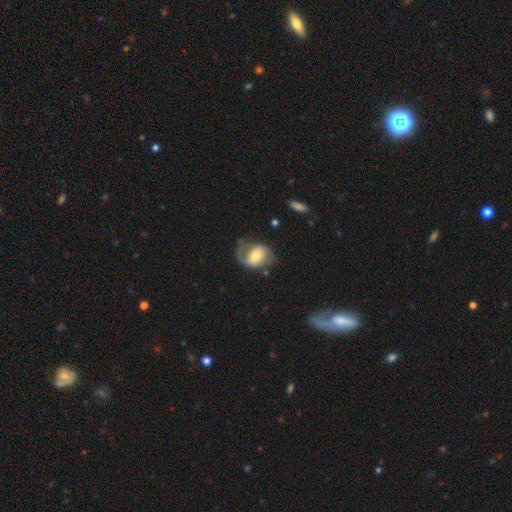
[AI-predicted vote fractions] This appears to be a featured or disk galaxy (53%) with a weak bar (38%, tied with no), spiral arms (74%) and a moderate central bulge (56%). Merging: none (49%).